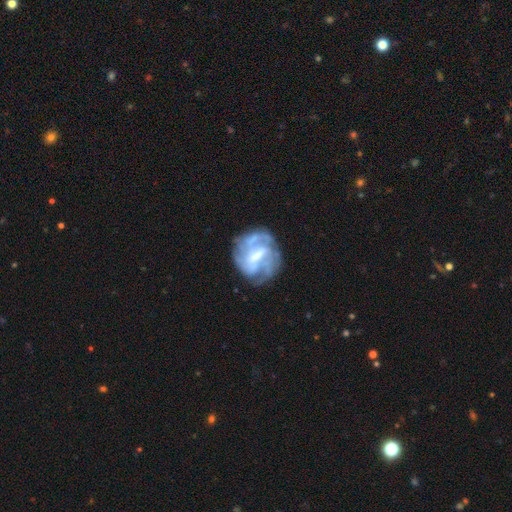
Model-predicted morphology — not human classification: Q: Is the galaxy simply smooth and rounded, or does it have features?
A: featured or disk — 77%.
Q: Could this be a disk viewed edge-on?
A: no — 97%.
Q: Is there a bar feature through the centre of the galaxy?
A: strong — 43%, tied with weak.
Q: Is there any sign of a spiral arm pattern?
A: yes — 74%.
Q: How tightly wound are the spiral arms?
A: tight — 44%.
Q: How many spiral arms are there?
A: can't tell — 41%.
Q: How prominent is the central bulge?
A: moderate — 40%.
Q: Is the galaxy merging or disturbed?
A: none — 60%.